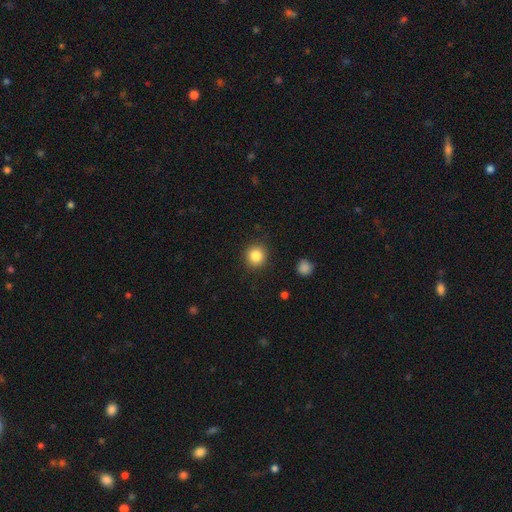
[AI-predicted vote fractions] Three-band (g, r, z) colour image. It shows a smooth galaxy with no disk features (85%) that is round (92%). Merging: none (90%).